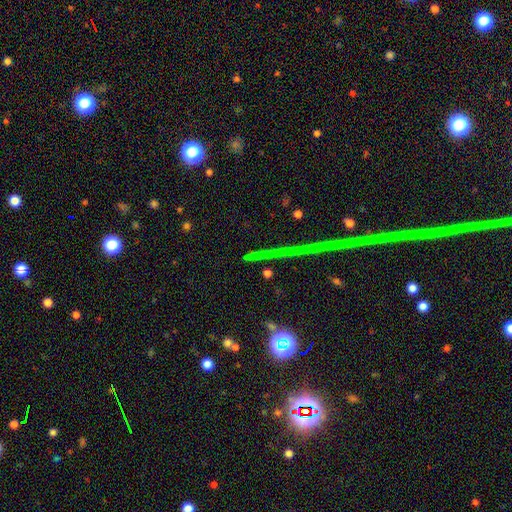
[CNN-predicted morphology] A star or artifact, not a galaxy (74%).